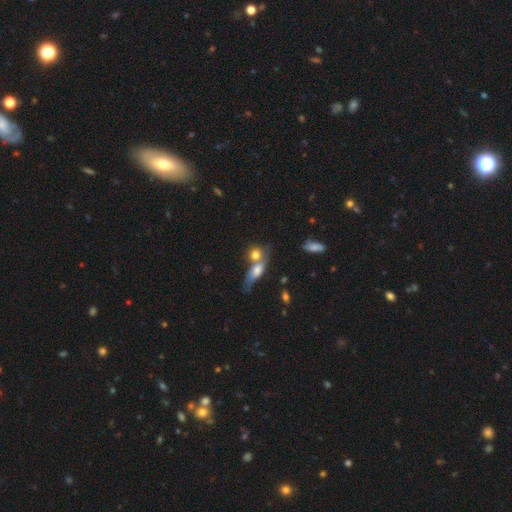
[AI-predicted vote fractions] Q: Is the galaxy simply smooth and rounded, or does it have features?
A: smooth — 75%.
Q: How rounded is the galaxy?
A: round — 52%.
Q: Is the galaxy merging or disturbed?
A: merger — 53%.